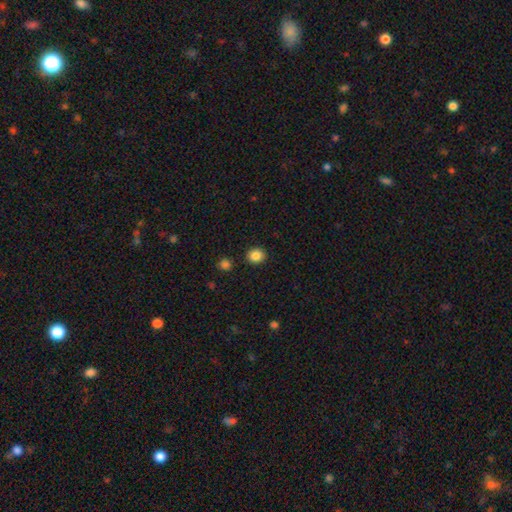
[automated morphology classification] type=smooth (86%); roundness=round (79%); merging=none (90%).